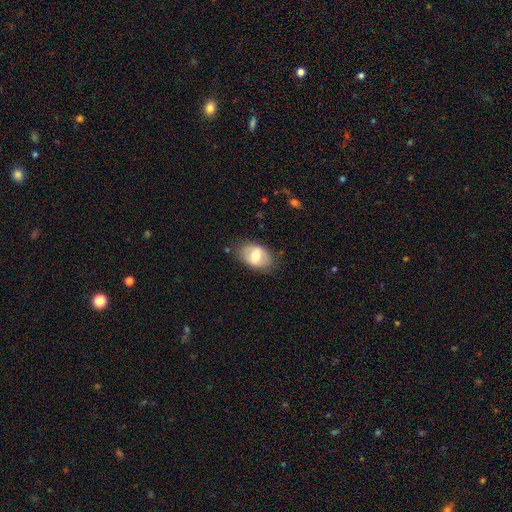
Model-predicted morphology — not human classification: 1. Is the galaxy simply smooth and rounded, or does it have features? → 63% smooth, 30% featured or disk, 7% star or artifact.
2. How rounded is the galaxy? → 85% in between, 13% round, 1% cigar-shaped.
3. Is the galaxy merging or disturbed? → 77% none, 17% minor disturbance, 4% major disturbance, 2% merger.